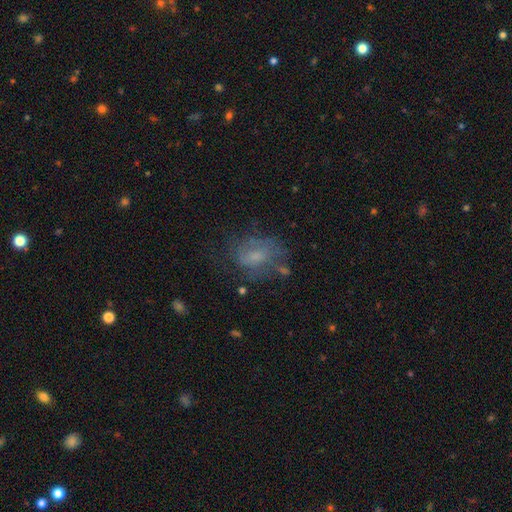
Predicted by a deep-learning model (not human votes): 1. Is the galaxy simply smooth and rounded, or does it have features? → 46% smooth, 40% featured or disk, 13% star or artifact.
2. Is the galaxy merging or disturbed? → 48% none, 24% minor disturbance, 23% major disturbance, 4% merger.